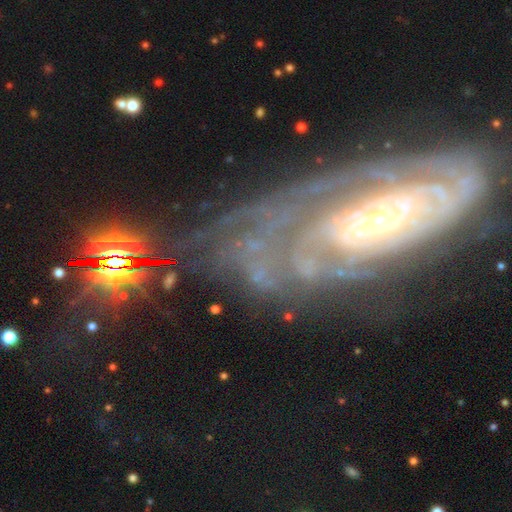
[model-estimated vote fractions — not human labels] smooth-or-featured: featured or disk: 82% | star or artifact: 10% | smooth: 8%
  disk-edge-on: no: 93% | yes: 7%
    bar: no: 71% | weak: 19% | strong: 11%
    has-spiral-arms: yes: 92% | no: 8%
      spiral-winding: tight: 73% | medium: 20% | loose: 6%
      spiral-arm-count: can't tell: 41% | 2: 17% | 3: 13% | more than 4: 11% | 4: 10% | 1: 7%
    bulge-size: small: 73% | moderate: 20% | large: 3% | none: 3% | dominant: 2%
  merging: none: 62% | minor disturbance: 19% | major disturbance: 16% | merger: 4%